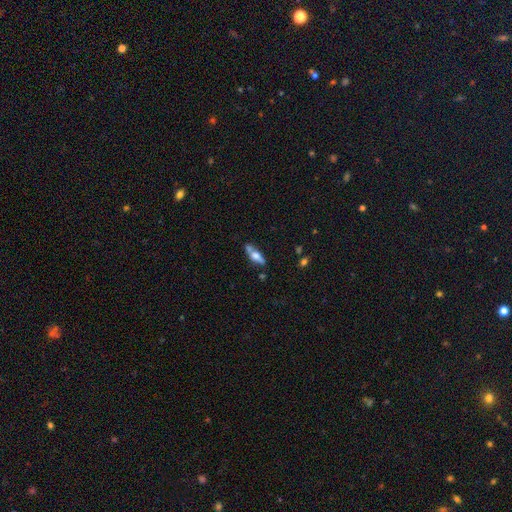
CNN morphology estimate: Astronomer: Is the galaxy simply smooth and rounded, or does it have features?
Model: featured or disk — 51% (runner-up: smooth, 42%).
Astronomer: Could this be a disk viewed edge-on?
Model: yes — 80%.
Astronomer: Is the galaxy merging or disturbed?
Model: none — 59%.